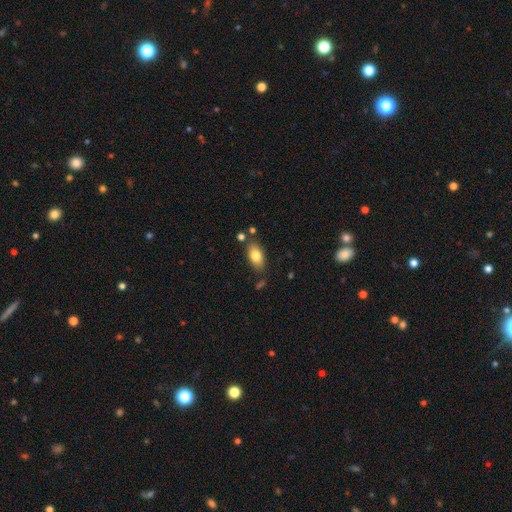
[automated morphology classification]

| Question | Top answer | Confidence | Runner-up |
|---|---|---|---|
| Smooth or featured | smooth | 81% | featured or disk (12%) |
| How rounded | in between | 91% | cigar-shaped (4%) |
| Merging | none | 78% | minor disturbance (13%) |